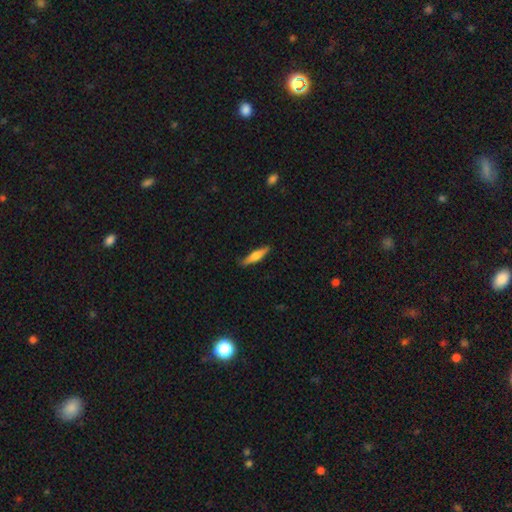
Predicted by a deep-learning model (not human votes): A smooth galaxy with no disk features (53%) that is cigar-shaped (83%). Merging: none (86%).